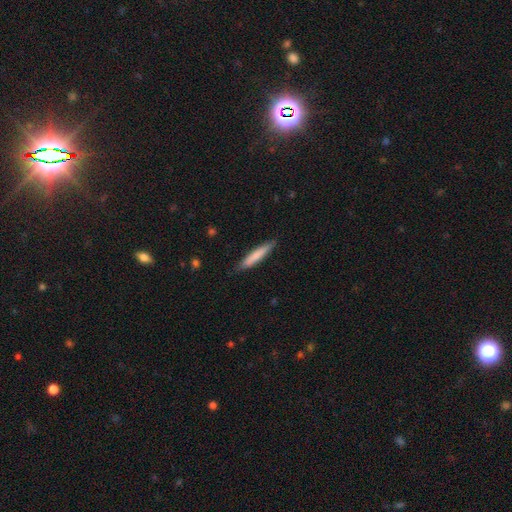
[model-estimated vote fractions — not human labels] smooth 73%, featured or disk 21%, star or artifact 5%. Down the decision tree: how rounded — cigar-shaped (92%); merging — none (85%).